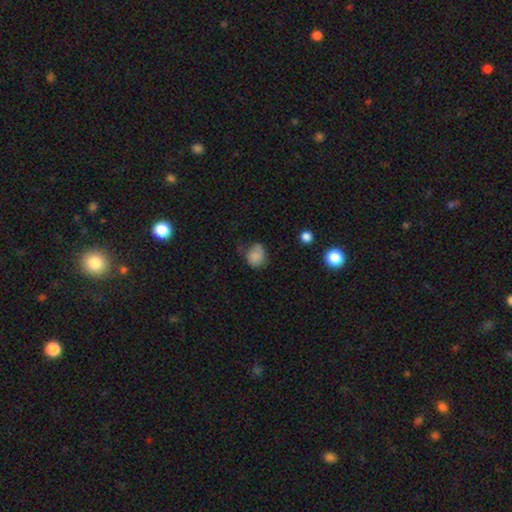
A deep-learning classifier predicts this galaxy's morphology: The model was most divided on "merging": none: 53%, minor disturbance: 33%, major disturbance: 11%, merger: 3%. More confident: smooth or featured — smooth (81%); how rounded — round (63%).